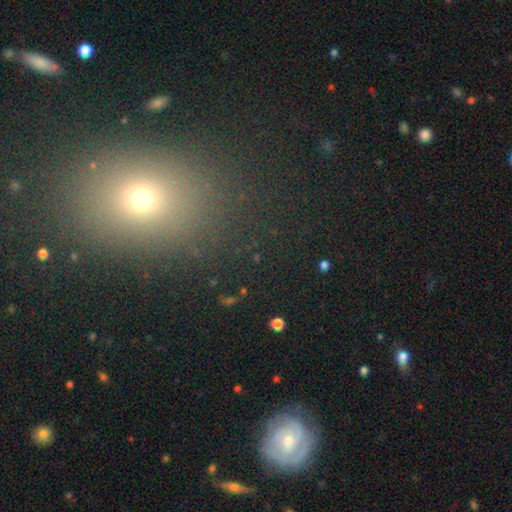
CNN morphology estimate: The model was most divided on "how rounded": round: 50%, in between: 47%, cigar-shaped: 3%. More confident: merging — none (84%); smooth or featured — smooth (53%).